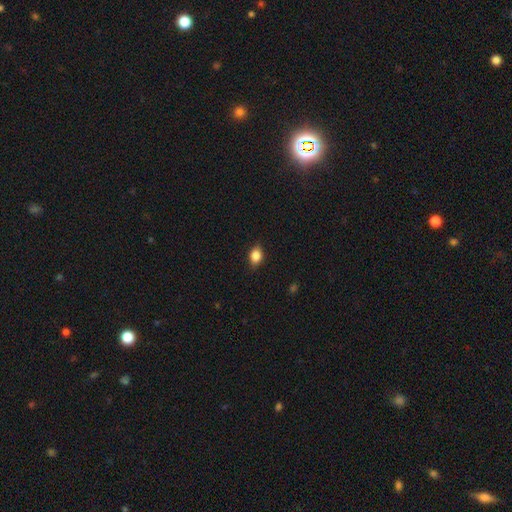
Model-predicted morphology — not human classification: Smooth or featured? smooth (84%)
How rounded? in between (69%)
Merging? none (83%)